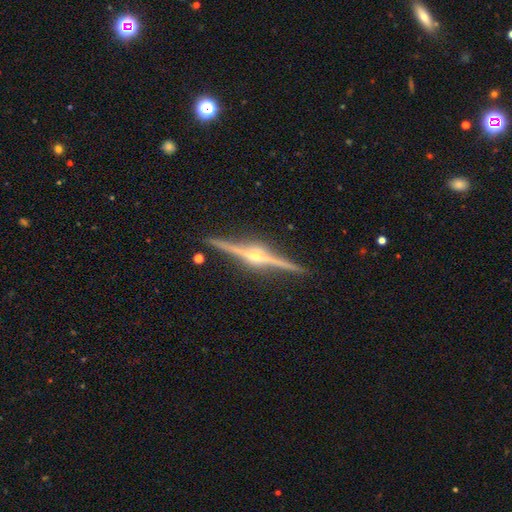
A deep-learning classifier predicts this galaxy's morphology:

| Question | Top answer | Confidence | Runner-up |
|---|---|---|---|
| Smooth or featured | featured or disk | 90% | star or artifact (5%) |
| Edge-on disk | yes | 99% | no (1%) |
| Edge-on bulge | rounded | 93% | boxy (4%) |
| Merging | none | 91% | minor disturbance (6%) |